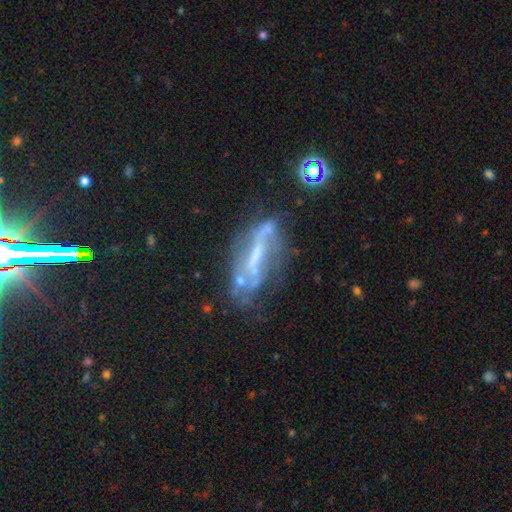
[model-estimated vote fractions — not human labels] featured or disk 69%, smooth 18%, star or artifact 13%. Down the decision tree: edge-on disk — no (77%); bar — strong (45%); spiral arms — no (57%); bulge size — none (39%); merging — none (46%).